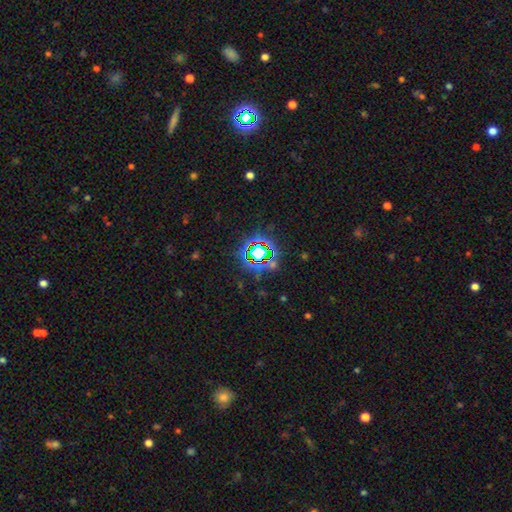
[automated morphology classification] smooth-or-featured: star or artifact: 73% | smooth: 17% | featured or disk: 11%